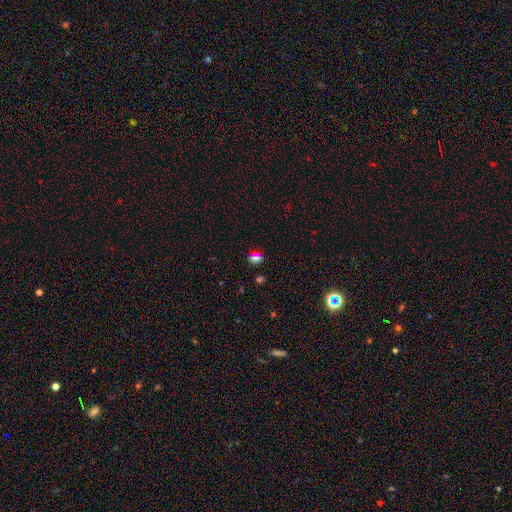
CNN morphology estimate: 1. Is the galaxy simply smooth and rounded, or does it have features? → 75% smooth, 17% star or artifact, 8% featured or disk.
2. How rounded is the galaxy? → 54% round, 45% in between, 1% cigar-shaped.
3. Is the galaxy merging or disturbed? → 86% none, 9% minor disturbance, 3% merger, 2% major disturbance.